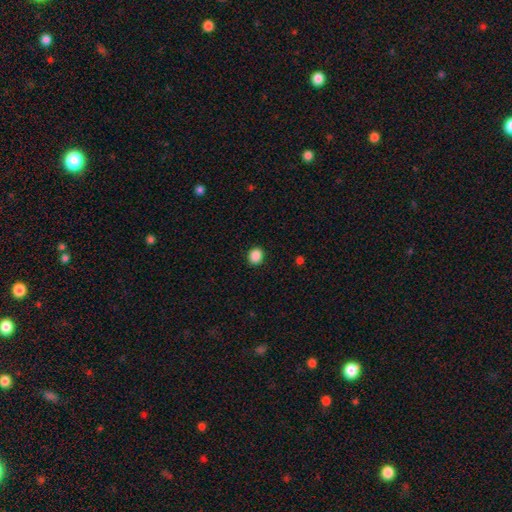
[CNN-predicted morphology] smooth 89%, star or artifact 9%, featured or disk 2%. Down the decision tree: how rounded — round (67%); merging — none (91%).